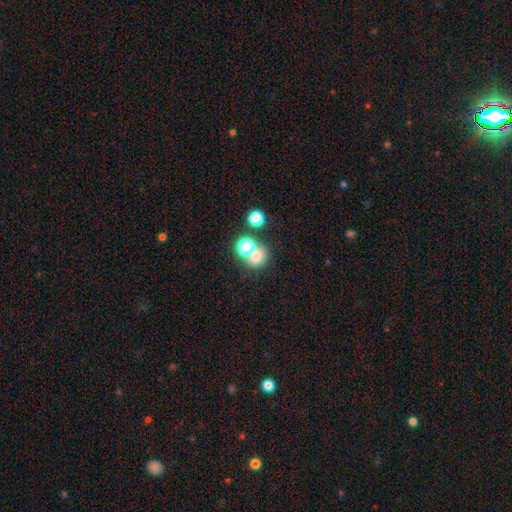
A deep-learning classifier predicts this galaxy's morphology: smooth 69%, star or artifact 19%, featured or disk 12%. Down the decision tree: how rounded — round (74%); merging — none (44%).